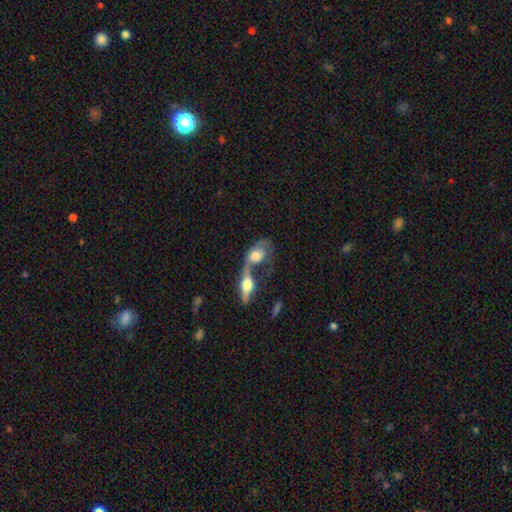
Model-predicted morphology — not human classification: smooth-or-featured: featured or disk: 50% | smooth: 43% | star or artifact: 8%
  merging: merger: 69% | none: 13% | major disturbance: 10% | minor disturbance: 7%